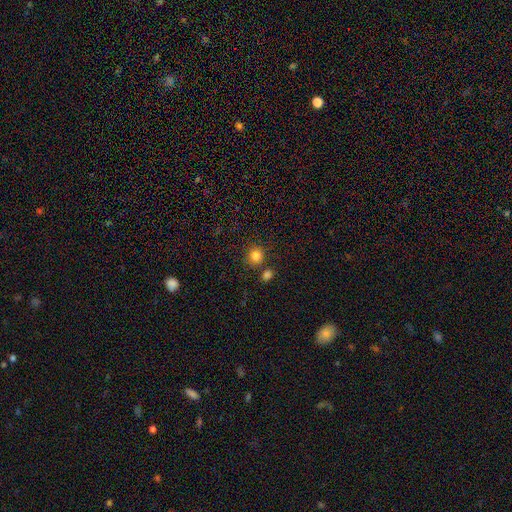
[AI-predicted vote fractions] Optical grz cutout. It shows a smooth galaxy with no disk features (83%) that is round (89%). Merging: none (78%).